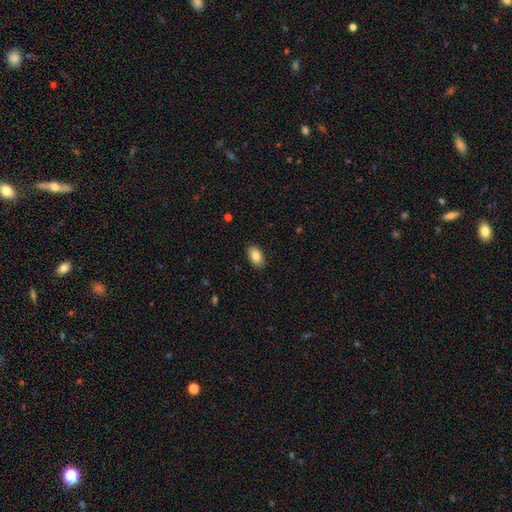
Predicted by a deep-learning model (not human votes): Smooth or featured?
  - smooth: 85% *
  - featured or disk: 8%
  - star or artifact: 7%
How rounded?
  - in between: 93% *
  - round: 5%
  - cigar-shaped: 2%
Merging?
  - none: 88% *
  - minor disturbance: 9%
  - major disturbance: 2%
  - merger: 1%